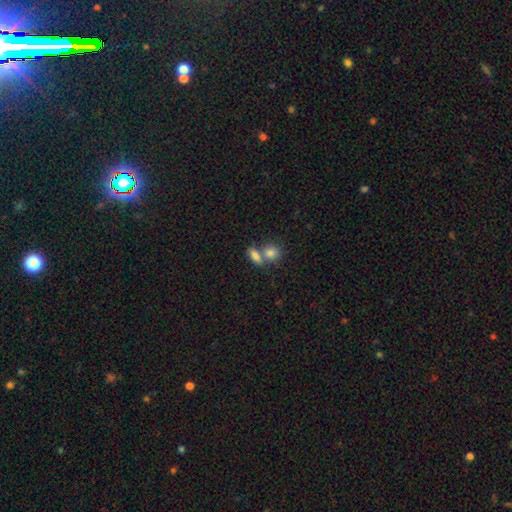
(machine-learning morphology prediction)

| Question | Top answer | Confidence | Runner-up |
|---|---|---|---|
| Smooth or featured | smooth | 82% | featured or disk (9%) |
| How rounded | in between | 75% | round (16%) |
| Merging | merger | 48% | none (40%) |